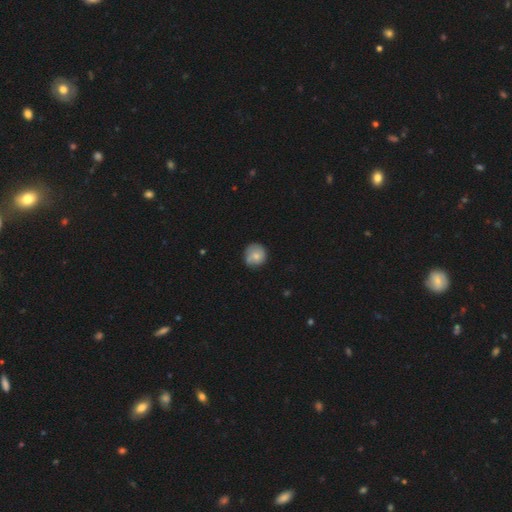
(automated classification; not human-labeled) A smooth galaxy with no disk features (68%) that is round (84%).

Vote fractions:
- Smooth or featured? smooth: 68% / featured or disk: 25% / star or artifact: 7%
- How rounded? round: 84% / in between: 15% / cigar-shaped: 1%
- Merging? none: 66% / minor disturbance: 26% / major disturbance: 5% / merger: 2%